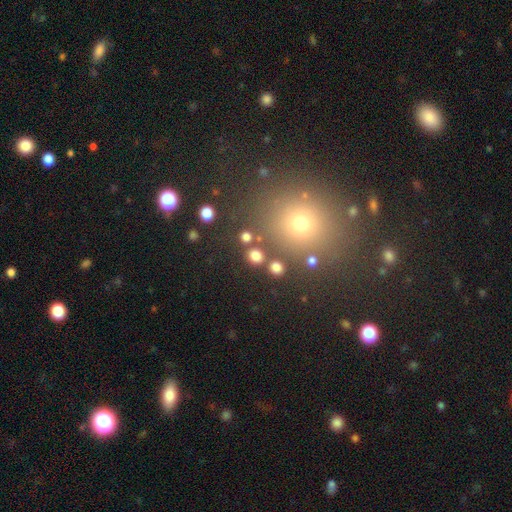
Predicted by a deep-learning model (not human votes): The model was most divided on "smooth or featured": smooth: 79%, star or artifact: 15%, featured or disk: 6%. More confident: how rounded — round (85%); merging — none (82%).